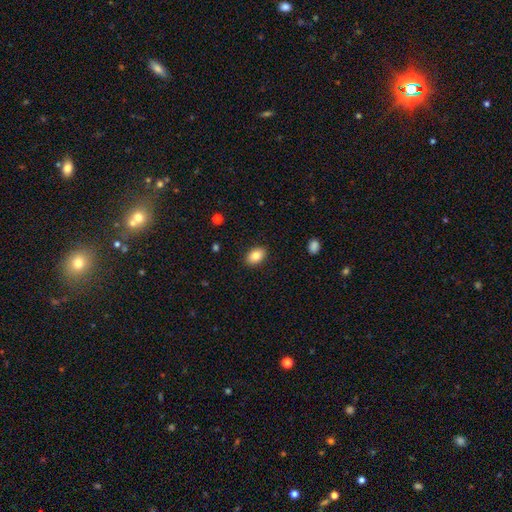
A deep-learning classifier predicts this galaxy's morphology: Smooth or featured? Predicted: smooth (p=0.83). How rounded? Predicted: in between (p=0.86). Merging? Predicted: none (p=0.89).